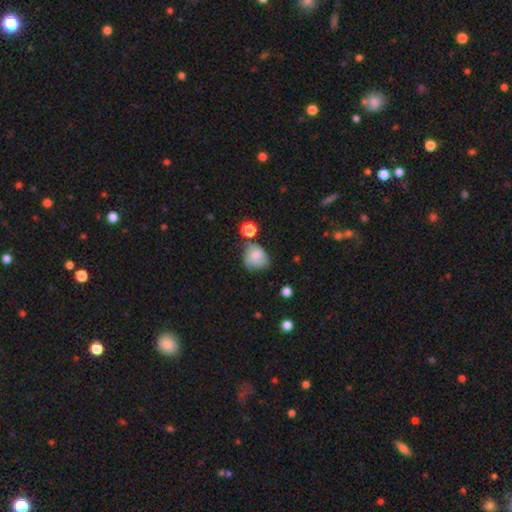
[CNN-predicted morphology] This appears to be a smooth galaxy with no disk features (66%) that is round (55%). Merging: none (45%).